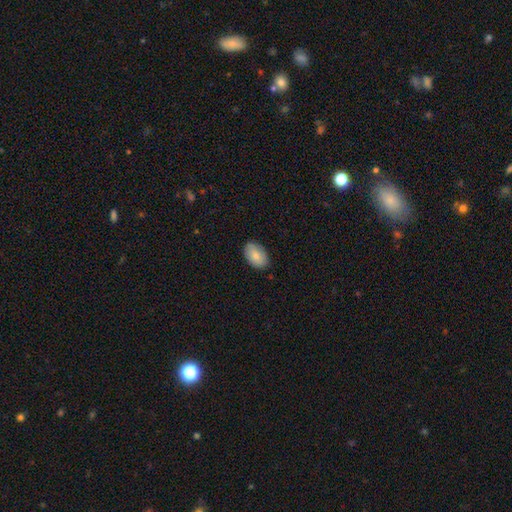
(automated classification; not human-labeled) This is clearly a smooth galaxy (81%). How rounded: clearly in between (91%). Merging: clearly none (85%).